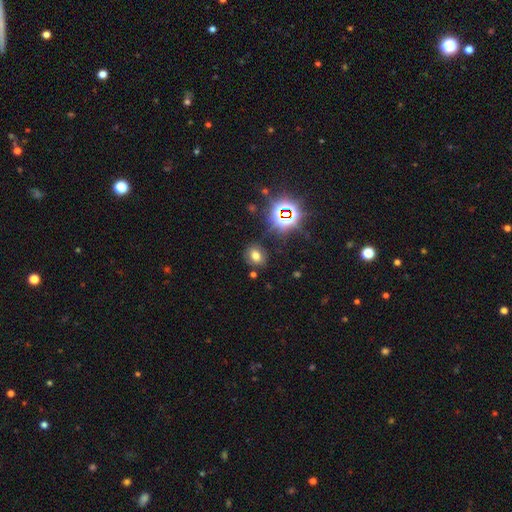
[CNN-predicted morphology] Overall: smooth (61%; star or artifact 27%). How rounded: in between (52%; round 47%). Merging: none (80%).